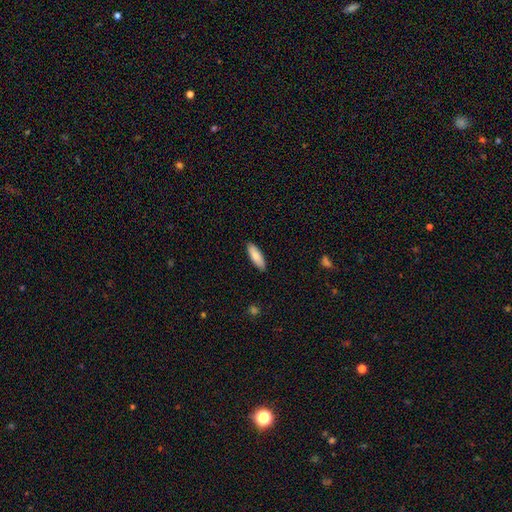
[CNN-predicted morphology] The model was most divided on "how rounded": in between: 57%, cigar-shaped: 42%, round: 2%. More confident: merging — none (88%); smooth or featured — smooth (84%).